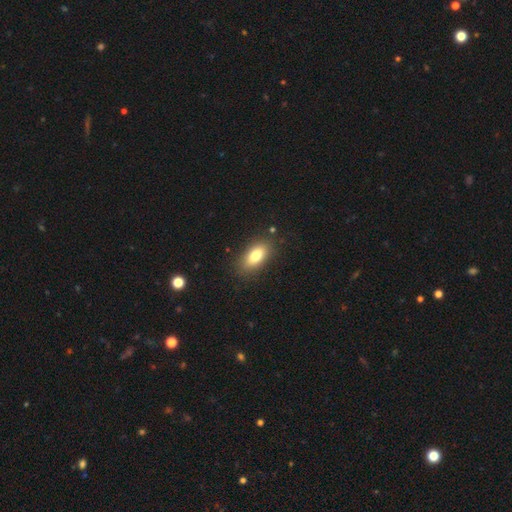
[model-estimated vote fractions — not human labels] A smooth galaxy with no disk features (78%) that is in between round and cigar-shaped (87%). Merging: none (84%).